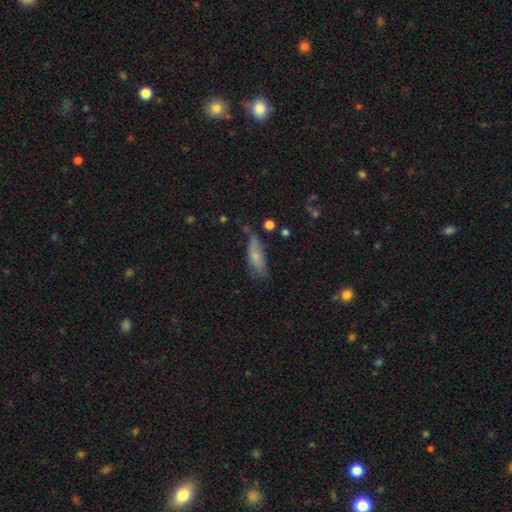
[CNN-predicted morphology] Smooth or featured: smooth — 71% (featured or disk — 21%)
How rounded: in between — 67% (cigar-shaped — 31%)
Merging: none — 52% (minor disturbance — 34%)